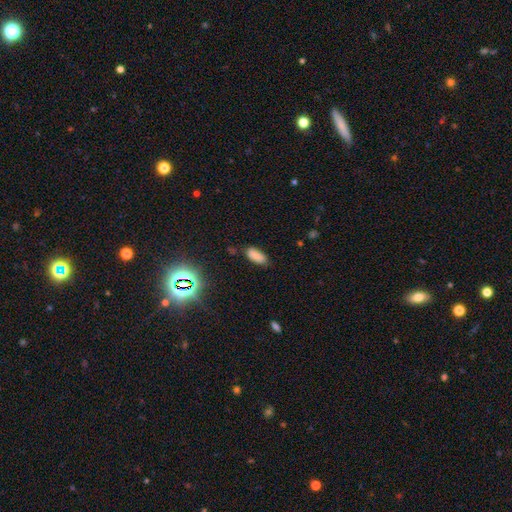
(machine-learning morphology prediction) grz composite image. It shows a smooth galaxy with no disk features (80%) that is in between round and cigar-shaped (87%). Merging: none (79%).